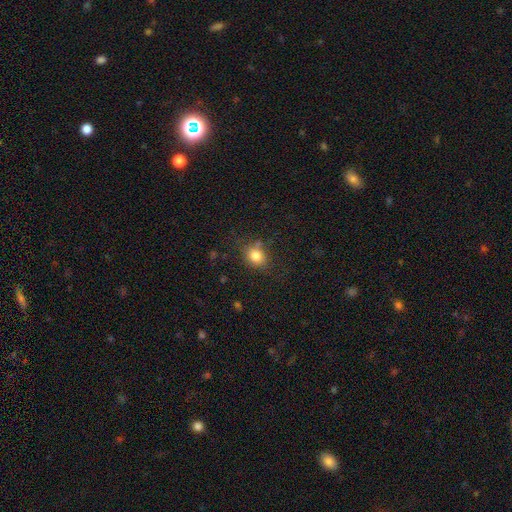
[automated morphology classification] A smooth galaxy with no disk features (80%) that is round (62%).

Vote fractions:
- Smooth or featured? smooth: 80% / star or artifact: 12% / featured or disk: 8%
- How rounded? round: 62% / in between: 37% / cigar-shaped: 1%
- Merging? none: 73% / minor disturbance: 16% / major disturbance: 6% / merger: 5%